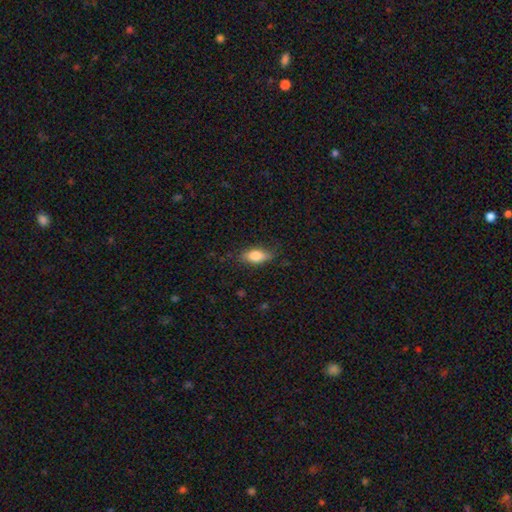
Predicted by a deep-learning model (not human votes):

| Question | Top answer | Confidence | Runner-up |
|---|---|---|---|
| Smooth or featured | smooth | 76% | featured or disk (17%) |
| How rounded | in between | 79% | cigar-shaped (17%) |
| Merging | none | 77% | minor disturbance (18%) |